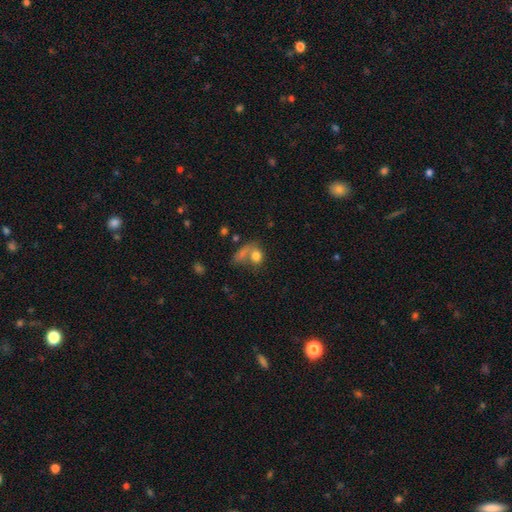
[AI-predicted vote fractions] The model was most divided on "how rounded": in between: 50%, round: 48%, cigar-shaped: 3%. Remaining: smooth or featured — smooth (78%); merging — merger (42%).